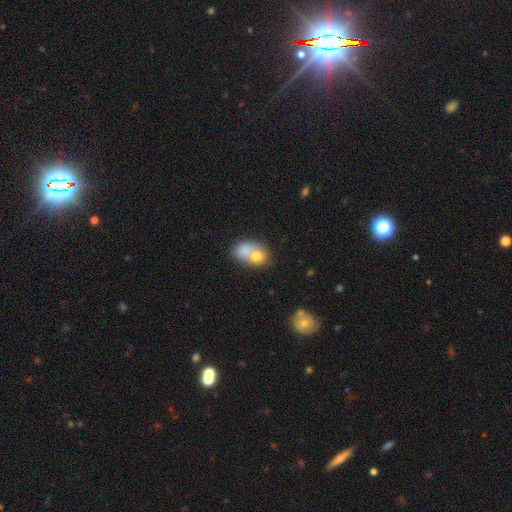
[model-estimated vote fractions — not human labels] Smooth or featured? smooth (72%)
How rounded? in between (55%)
Merging? merger (70%)